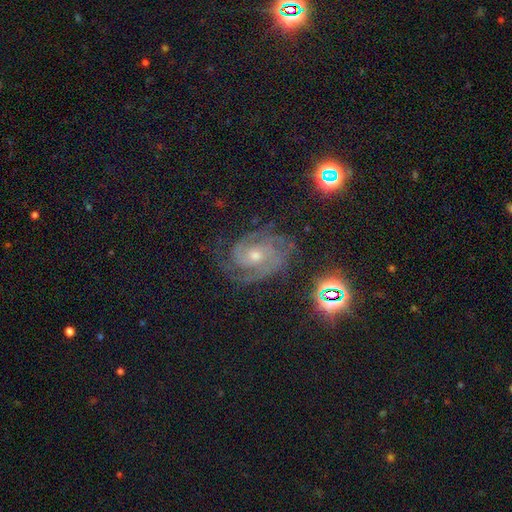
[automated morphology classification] smooth-or-featured: featured or disk: 84% | star or artifact: 10% | smooth: 6%
  disk-edge-on: no: 98% | yes: 2%
    bar: no: 69% | weak: 25% | strong: 6%
    has-spiral-arms: yes: 97% | no: 3%
      spiral-winding: tight: 59% | medium: 35% | loose: 6%
      spiral-arm-count: 2: 34% | 3: 28% | can't tell: 18% | 4: 8% | 1: 6% | more than 4: 6%
    bulge-size: moderate: 50% | small: 45% | large: 2% | none: 2% | dominant: 1%
  merging: none: 69% | minor disturbance: 19% | major disturbance: 10% | merger: 2%